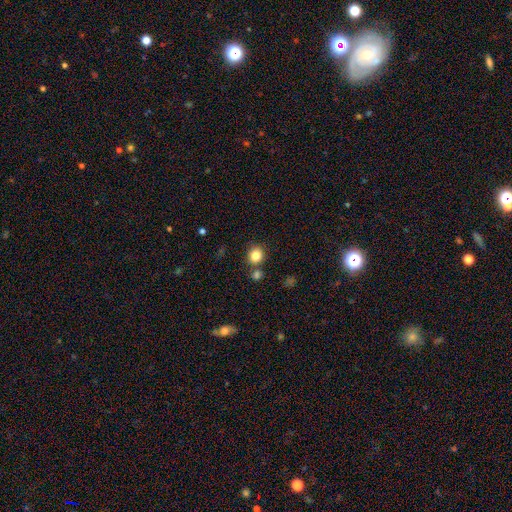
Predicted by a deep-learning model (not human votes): smooth 83%, star or artifact 11%, featured or disk 6%. Down the decision tree: how rounded — round (83%); merging — none (76%).